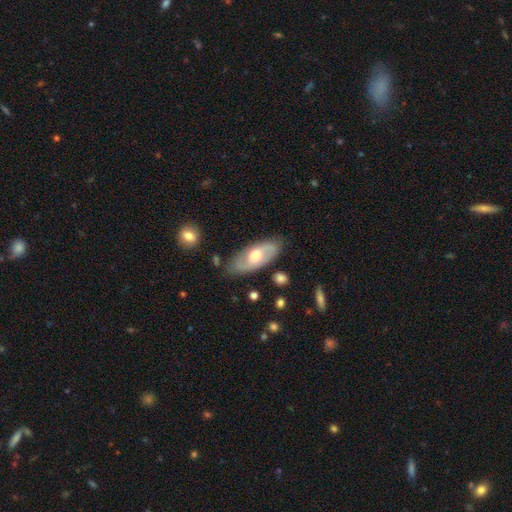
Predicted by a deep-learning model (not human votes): Smooth or featured? Predicted: featured or disk (p=0.56). Edge-on disk? Predicted: no (p=0.82). Merging? Predicted: none (p=0.79).